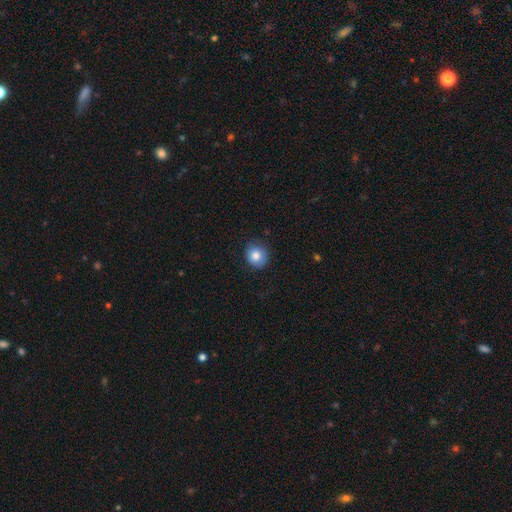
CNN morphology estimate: Smooth or featured: smooth — 82% (star or artifact — 9%)
How rounded: round — 85% (in between — 14%)
Merging: none — 80% (minor disturbance — 15%)